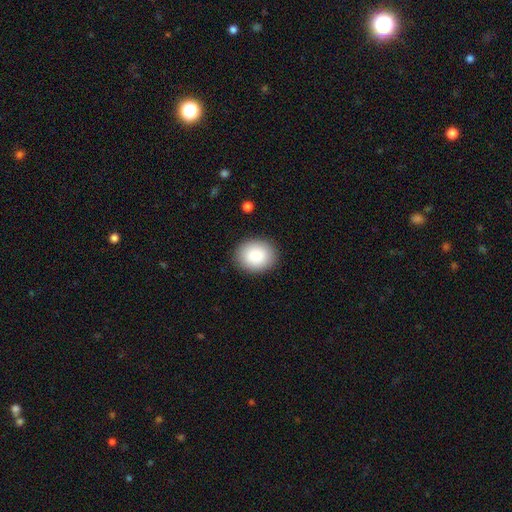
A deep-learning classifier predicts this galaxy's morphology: Smooth or featured? Predicted: smooth (p=0.84). How rounded? Predicted: round (p=0.64). Merging? Predicted: none (p=0.89).